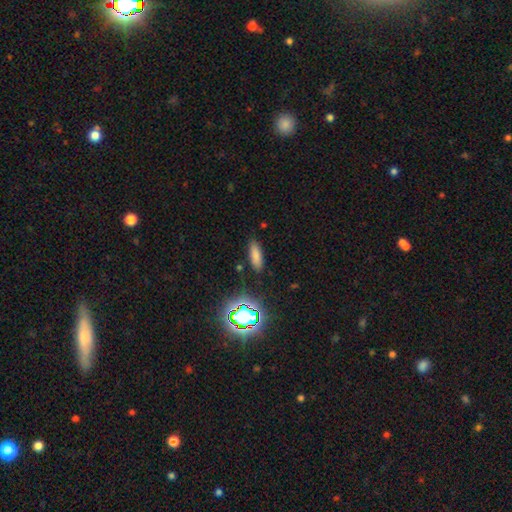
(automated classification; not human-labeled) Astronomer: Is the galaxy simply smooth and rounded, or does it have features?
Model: smooth — 76%.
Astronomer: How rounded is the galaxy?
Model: in between — 61%.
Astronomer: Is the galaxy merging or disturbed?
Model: none — 85%.